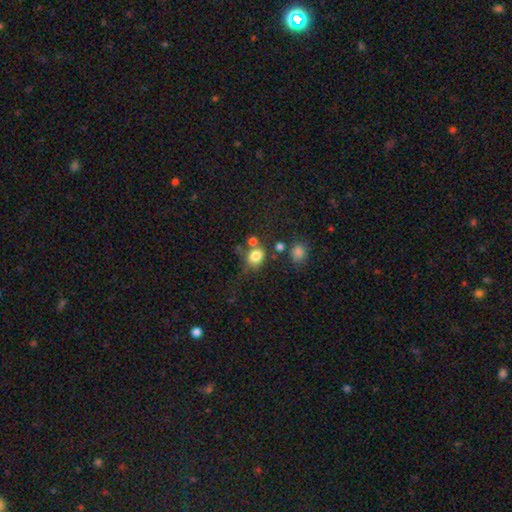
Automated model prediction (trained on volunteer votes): Smooth or featured? Predicted: smooth (p=0.80). How rounded? Predicted: round (p=0.55). Merging? Predicted: none (p=0.55).